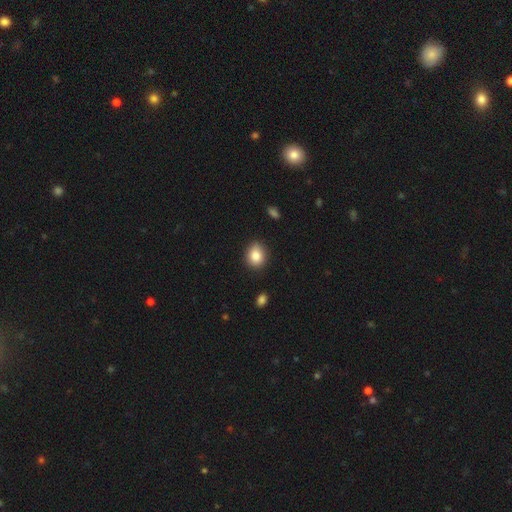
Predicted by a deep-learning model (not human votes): This is clearly a smooth galaxy (85%). How rounded: possibly round (59%). Merging: clearly none (84%).